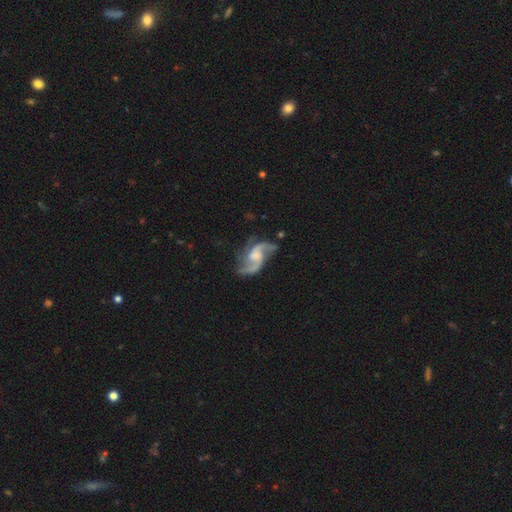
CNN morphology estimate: smooth_or_featured: featured or disk (p=0.89) [alt: smooth p=0.05]
disk_edge_on: no (p=0.98) [alt: yes p=0.02]
bar: weak (p=0.46) [alt: no p=0.43]
has_spiral_arms: yes (p=0.97) [alt: no p=0.03]
spiral_winding: loose (p=0.55) [alt: medium p=0.38]
spiral_arm_count: 2 (p=0.72) [alt: 3 p=0.16]
bulge_size: moderate (p=0.33) [alt: small p=0.29]
merging: none (p=0.60) [alt: minor disturbance p=0.19]